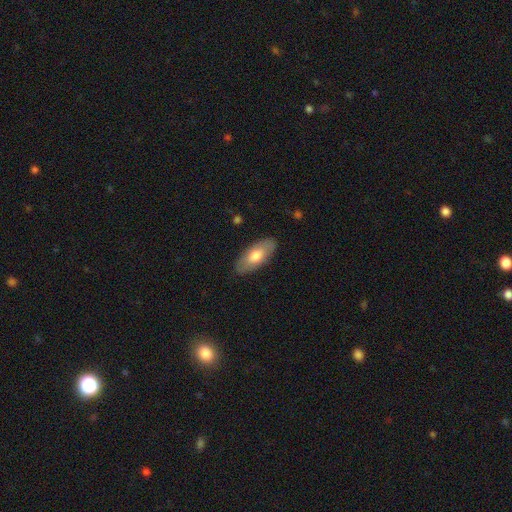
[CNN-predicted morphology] Overall: smooth (70%). How rounded: in between (86%). Merging: none (87%).